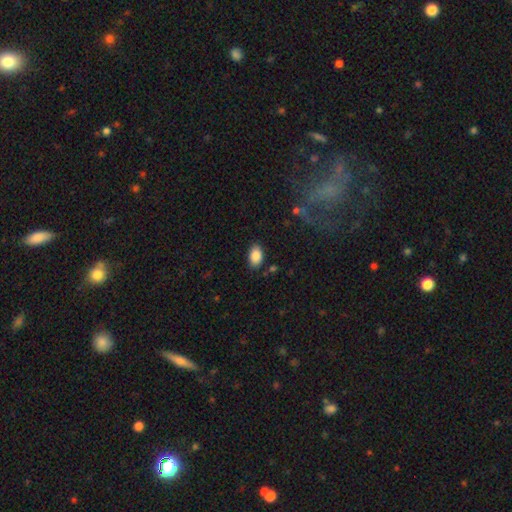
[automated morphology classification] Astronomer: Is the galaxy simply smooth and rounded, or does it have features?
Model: smooth — 88%.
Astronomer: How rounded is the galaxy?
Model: in between — 89%.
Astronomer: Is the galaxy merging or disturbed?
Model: none — 84%.